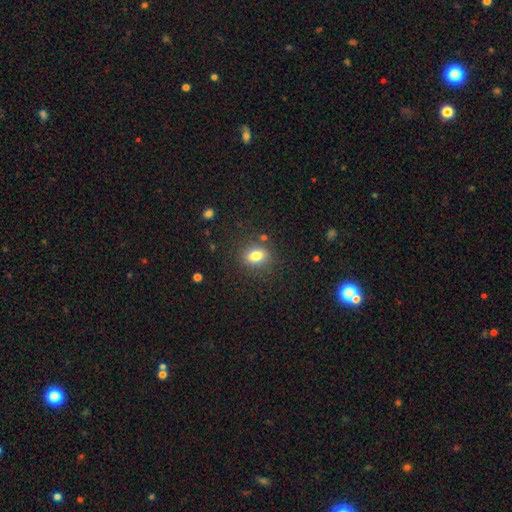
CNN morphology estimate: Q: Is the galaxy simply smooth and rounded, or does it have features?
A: smooth — 81%.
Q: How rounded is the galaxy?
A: in between — 58%.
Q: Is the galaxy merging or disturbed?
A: none — 83%.